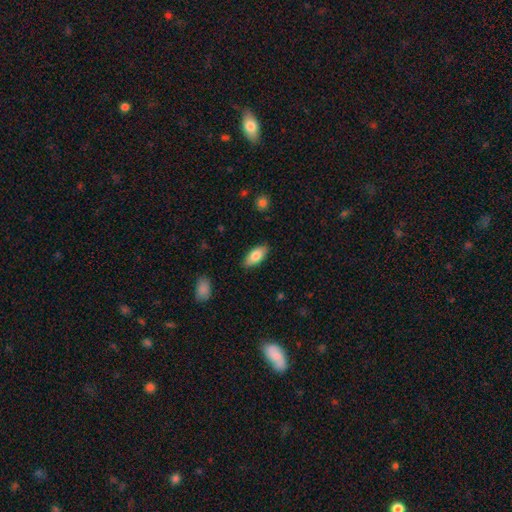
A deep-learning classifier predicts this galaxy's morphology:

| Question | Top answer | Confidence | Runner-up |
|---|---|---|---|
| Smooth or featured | smooth | 82% | featured or disk (12%) |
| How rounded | in between | 88% | cigar-shaped (10%) |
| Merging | none | 87% | minor disturbance (10%) |